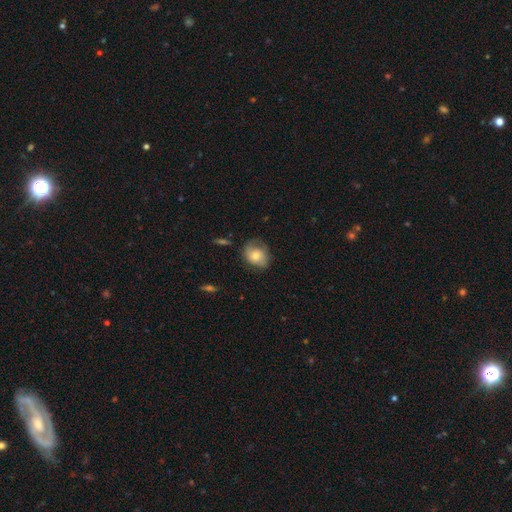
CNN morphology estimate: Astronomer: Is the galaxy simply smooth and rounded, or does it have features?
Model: smooth — 65%.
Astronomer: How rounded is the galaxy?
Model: round — 52% (runner-up: in between, 47%).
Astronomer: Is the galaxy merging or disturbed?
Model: none — 59%.